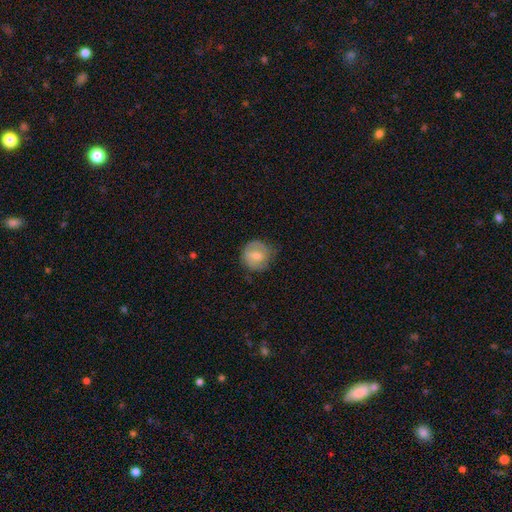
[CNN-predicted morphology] Smooth or featured: smooth — 62% (featured or disk — 31%)
How rounded: round — 87% (in between — 12%)
Merging: none — 68% (minor disturbance — 23%)